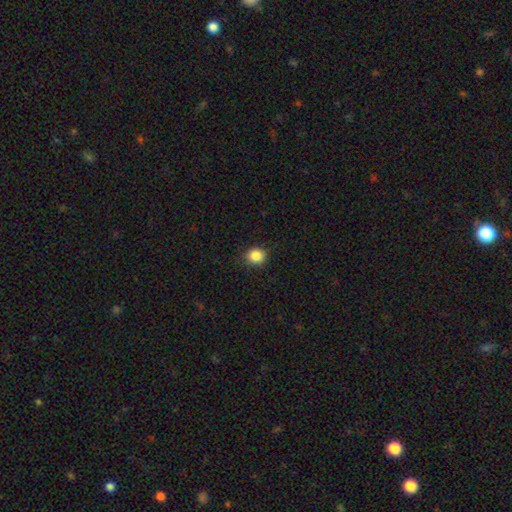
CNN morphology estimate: This appears to be a smooth galaxy with no disk features (85%) that is round (80%). Merging: none (87%).